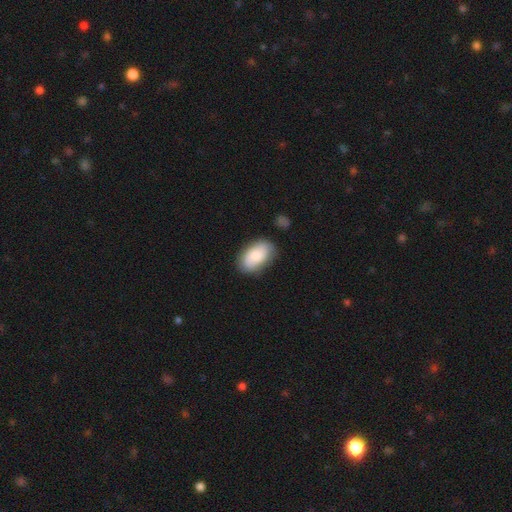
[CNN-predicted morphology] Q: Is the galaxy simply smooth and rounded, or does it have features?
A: smooth — 77%.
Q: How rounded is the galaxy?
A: in between — 92%.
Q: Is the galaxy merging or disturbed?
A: none — 76%.